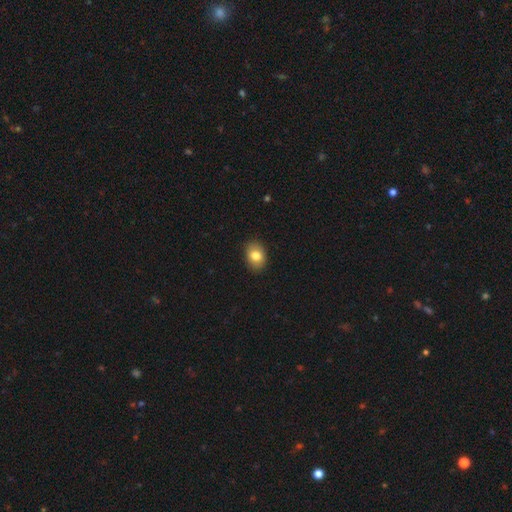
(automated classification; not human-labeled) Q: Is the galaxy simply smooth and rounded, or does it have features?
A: smooth — 82%.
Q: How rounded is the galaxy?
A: in between — 71%.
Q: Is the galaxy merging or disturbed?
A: none — 88%.